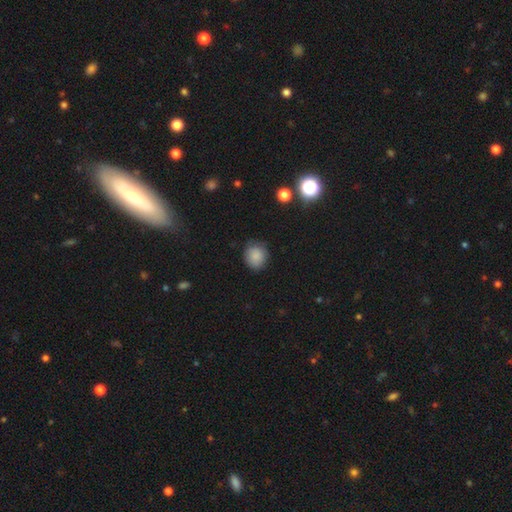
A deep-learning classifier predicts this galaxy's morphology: The model was most divided on "how rounded": round: 77%, in between: 22%, cigar-shaped: 1%. More confident: smooth or featured — smooth (86%); merging — none (78%).